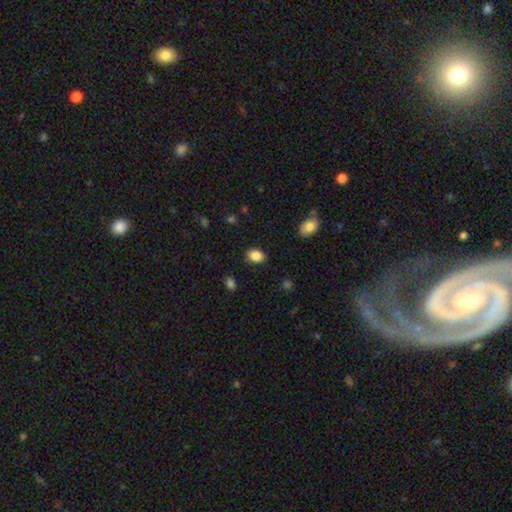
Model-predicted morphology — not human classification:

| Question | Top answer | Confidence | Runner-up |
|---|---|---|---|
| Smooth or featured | smooth | 87% | star or artifact (8%) |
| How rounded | in between | 75% | round (24%) |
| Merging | none | 84% | minor disturbance (12%) |